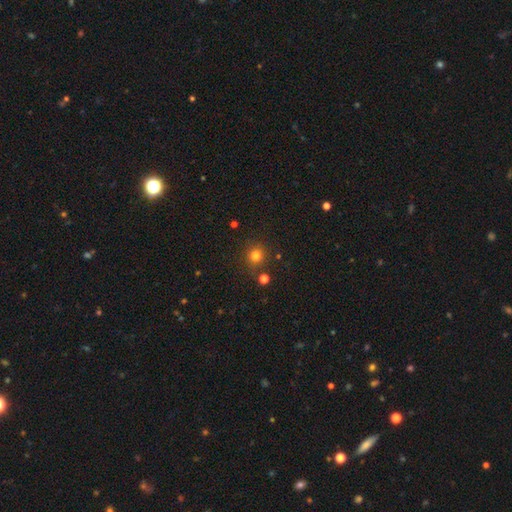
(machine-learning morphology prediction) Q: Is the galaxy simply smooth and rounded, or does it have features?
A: smooth — 78%.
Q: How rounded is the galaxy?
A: round — 92%.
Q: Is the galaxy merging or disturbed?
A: none — 85%.